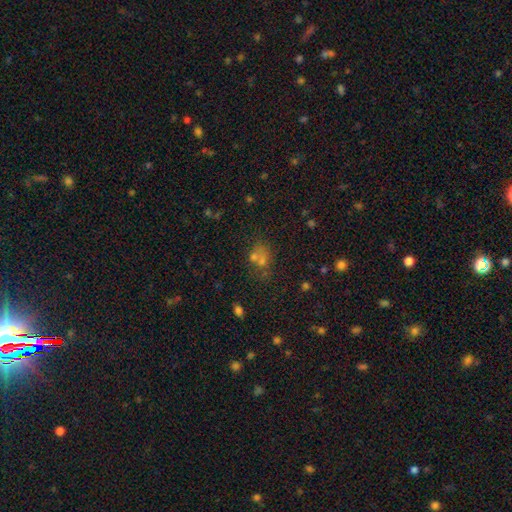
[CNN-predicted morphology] type=smooth (50%); roundness=round (63%); merging=none (52%).